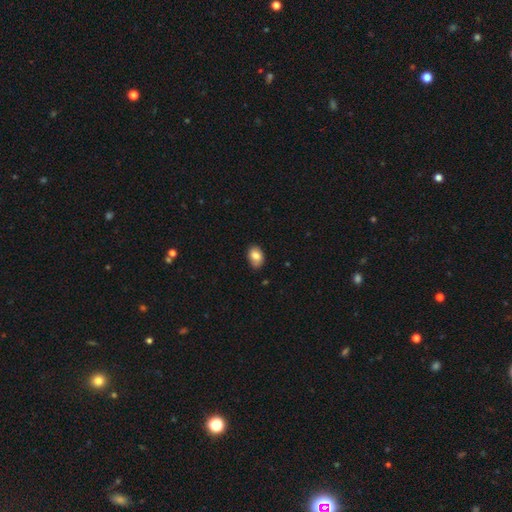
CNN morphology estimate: Smooth or featured?
  - smooth: 82% *
  - featured or disk: 10%
  - star or artifact: 8%
How rounded?
  - in between: 82% *
  - round: 17%
  - cigar-shaped: 1%
Merging?
  - none: 74% *
  - minor disturbance: 21%
  - major disturbance: 3%
  - merger: 1%